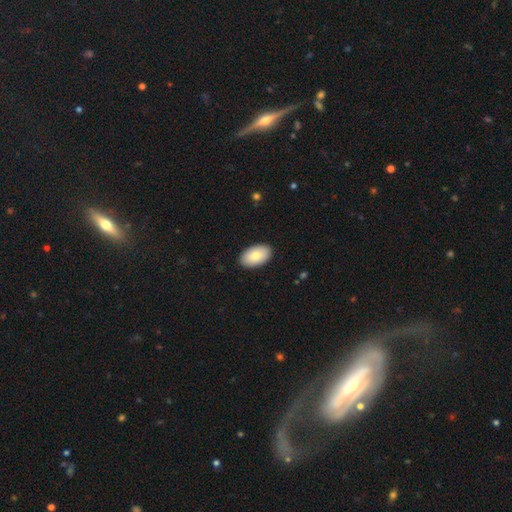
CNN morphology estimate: Q: Smooth or featured?
A: smooth (80%); runner-up: featured or disk (14%)
Q: How rounded?
A: in between (95%); runner-up: round (4%)
Q: Merging?
A: none (90%); runner-up: minor disturbance (7%)